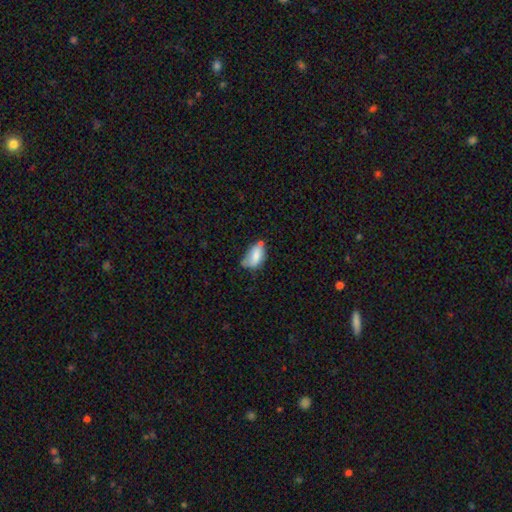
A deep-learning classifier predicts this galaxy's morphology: smooth-or-featured: smooth: 74% | featured or disk: 18% | star or artifact: 8%
  how-rounded: in between: 91% | round: 5% | cigar-shaped: 4%
  merging: minor disturbance: 38% | none: 37% | major disturbance: 13% | merger: 12%